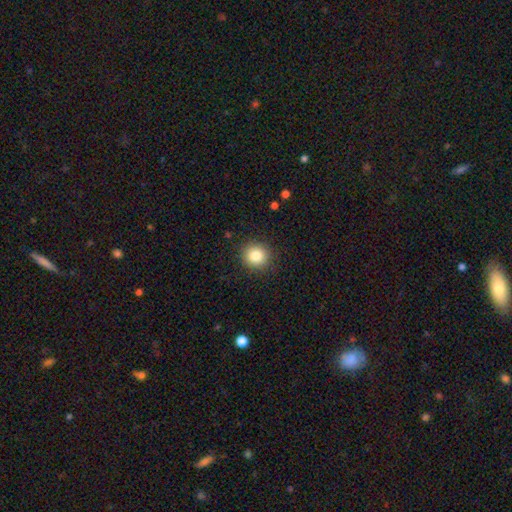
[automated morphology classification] smooth-or-featured: smooth: 84% | star or artifact: 10% | featured or disk: 6%
  how-rounded: round: 91% | in between: 8% | cigar-shaped: 1%
  merging: none: 90% | minor disturbance: 7% | major disturbance: 2% | merger: 1%